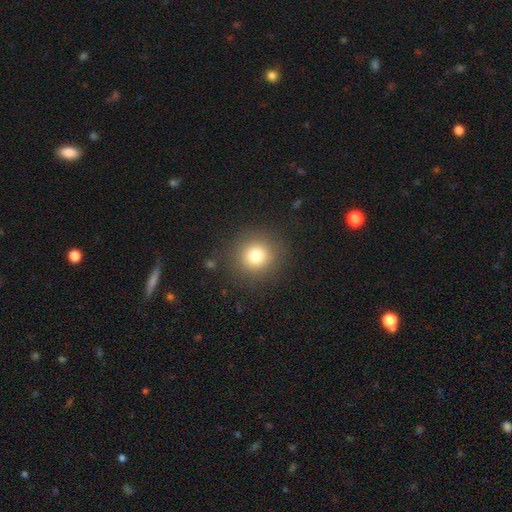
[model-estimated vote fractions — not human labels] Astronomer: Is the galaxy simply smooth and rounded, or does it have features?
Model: smooth — 79%.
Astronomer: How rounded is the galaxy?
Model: round — 93%.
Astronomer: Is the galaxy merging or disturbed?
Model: none — 88%.